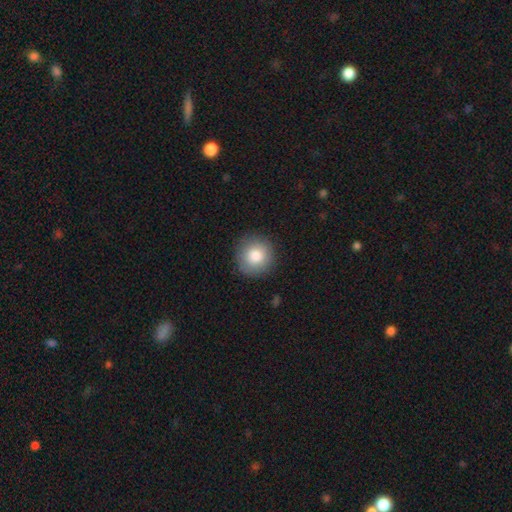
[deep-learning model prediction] Smooth or featured?
  - smooth: 83% *
  - featured or disk: 9%
  - star or artifact: 8%
How rounded?
  - round: 94% *
  - in between: 5%
  - cigar-shaped: 1%
Merging?
  - none: 89% *
  - minor disturbance: 8%
  - major disturbance: 2%
  - merger: 1%